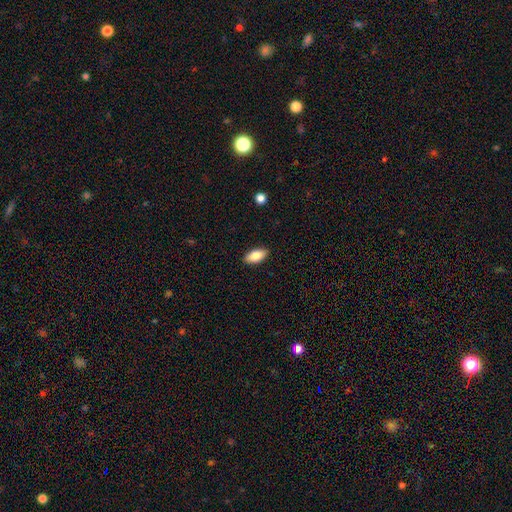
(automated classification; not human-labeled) This appears to be a smooth galaxy with no disk features (82%) that is in between round and cigar-shaped (91%). Merging: none (89%).